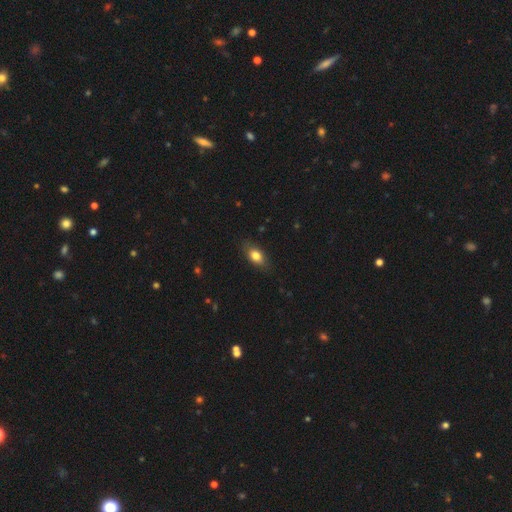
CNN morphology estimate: The model was most divided on "smooth or featured": smooth: 79%, featured or disk: 13%, star or artifact: 8%. More confident: how rounded — in between (84%); merging — none (82%).